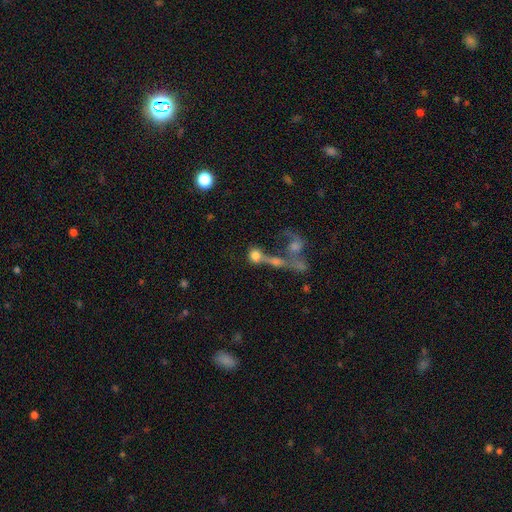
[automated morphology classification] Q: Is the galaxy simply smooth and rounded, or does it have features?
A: smooth — 65%.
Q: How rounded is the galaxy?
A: round — 72%.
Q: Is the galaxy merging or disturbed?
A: merger — 50%.